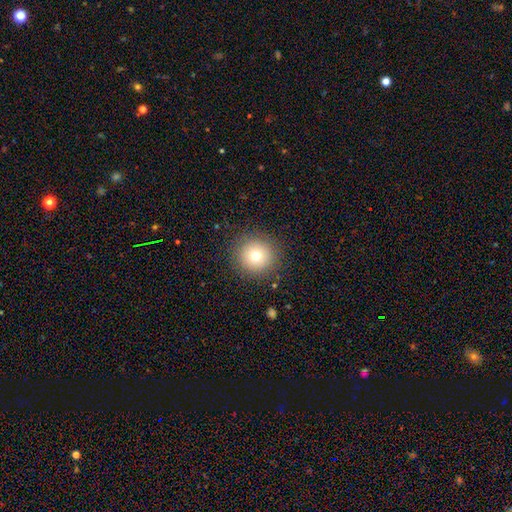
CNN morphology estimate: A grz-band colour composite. It shows a smooth galaxy with no disk features (73%) that is round (94%). Merging: none (89%).